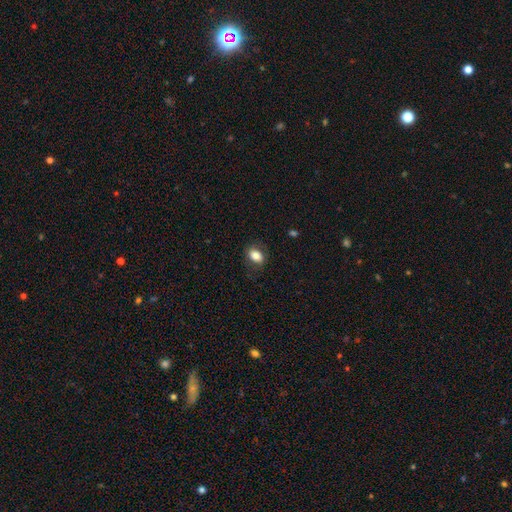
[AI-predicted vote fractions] This is clearly a smooth galaxy (82%). How rounded: likely in between (79%). Merging: clearly none (81%).